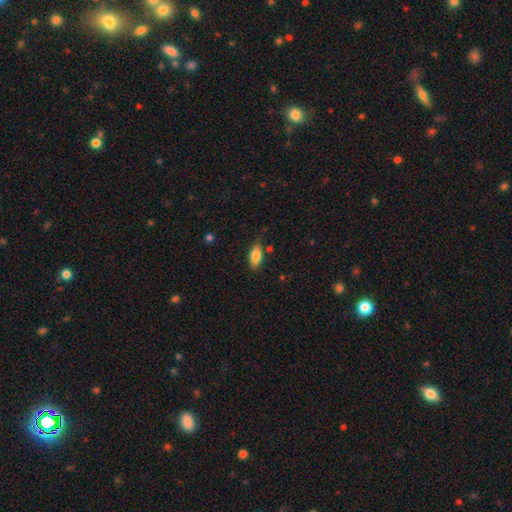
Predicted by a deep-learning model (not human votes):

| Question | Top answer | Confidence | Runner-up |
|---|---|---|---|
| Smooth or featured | smooth | 84% | featured or disk (9%) |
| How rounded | in between | 88% | cigar-shaped (10%) |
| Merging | none | 74% | minor disturbance (19%) |